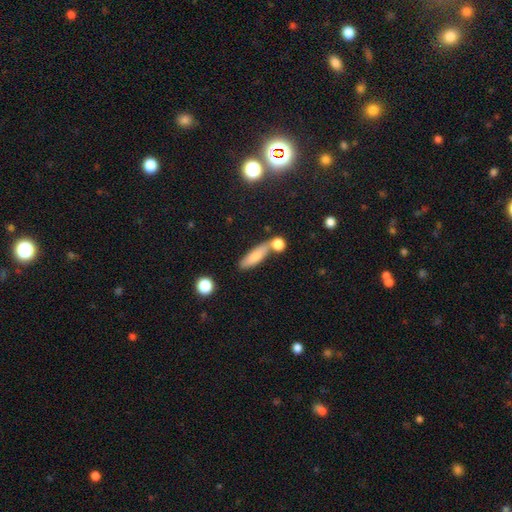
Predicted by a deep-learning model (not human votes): Overall: smooth (74%). How rounded: cigar-shaped (51%; in between 45%). Merging: none (51%; merger 31%).